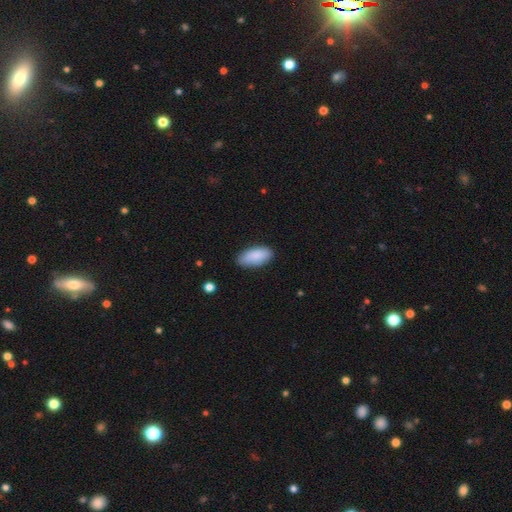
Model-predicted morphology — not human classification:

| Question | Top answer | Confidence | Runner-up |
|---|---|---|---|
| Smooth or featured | smooth | 88% | star or artifact (6%) |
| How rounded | in between | 88% | cigar-shaped (10%) |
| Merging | none | 84% | minor disturbance (13%) |